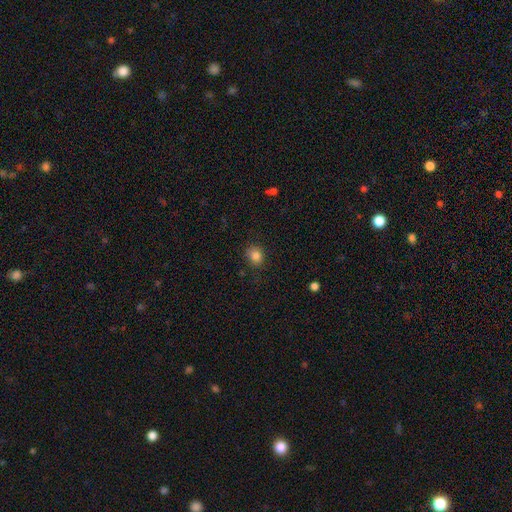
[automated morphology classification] smooth_or_featured: smooth (p=0.84) [alt: star or artifact p=0.11]
how_rounded: round (p=0.69) [alt: in between p=0.31]
merging: none (p=0.82) [alt: minor disturbance p=0.14]